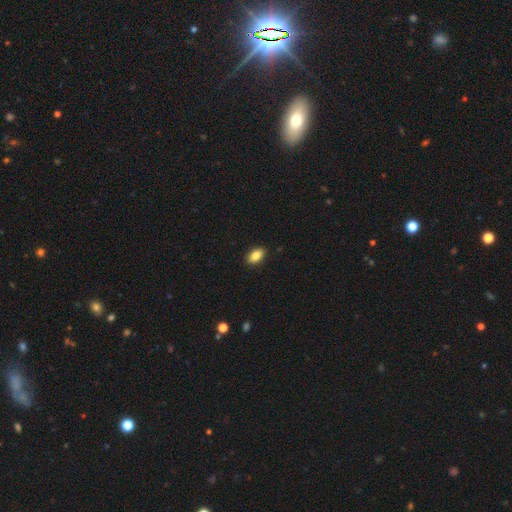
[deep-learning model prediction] smooth-or-featured: smooth: 84% | featured or disk: 8% | star or artifact: 7%
  how-rounded: in between: 91% | round: 5% | cigar-shaped: 4%
  merging: none: 90% | minor disturbance: 7% | major disturbance: 2% | merger: 1%